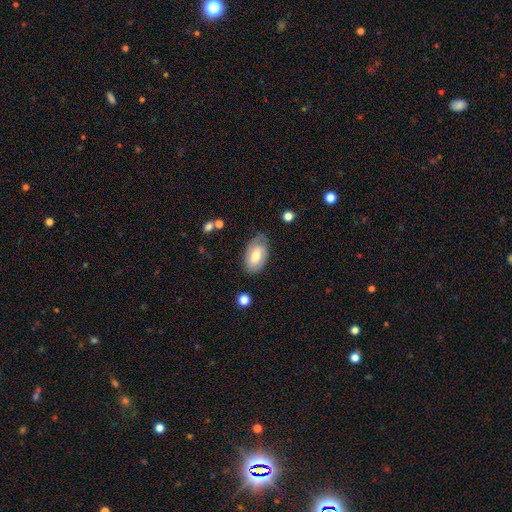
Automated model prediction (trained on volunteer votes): Smooth or featured? Predicted: smooth (p=0.57). How rounded? Predicted: in between (p=0.93). Merging? Predicted: none (p=0.70).